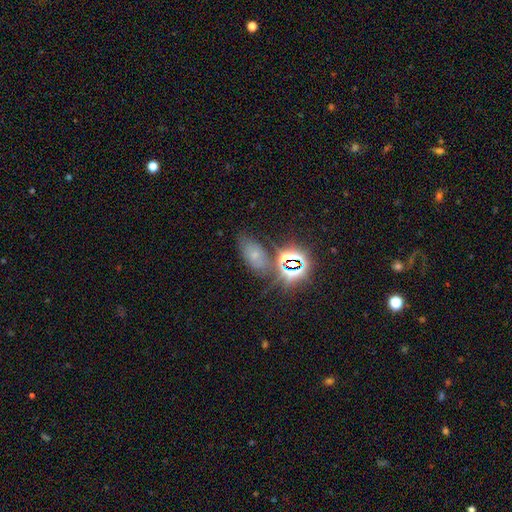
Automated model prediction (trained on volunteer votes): This is marginally a star or artifact rather than a galaxy (44%).